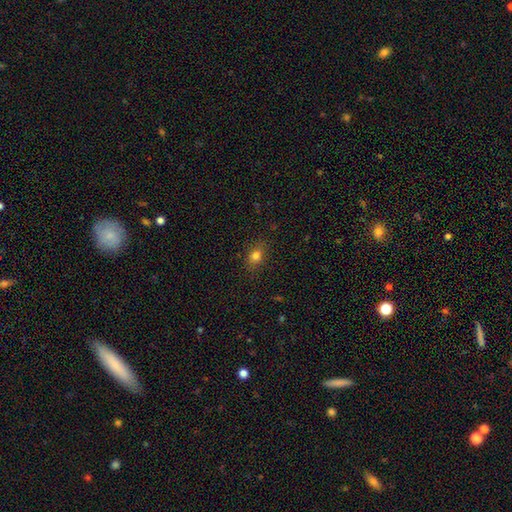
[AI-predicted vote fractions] Smooth or featured: smooth — 79% (star or artifact — 13%)
How rounded: in between — 57% (round — 41%)
Merging: none — 84% (minor disturbance — 12%)